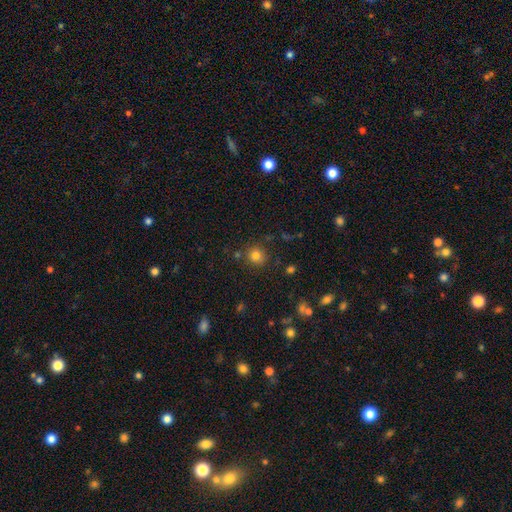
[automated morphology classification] Smooth or featured? Predicted: smooth (p=0.80). How rounded? Predicted: round (p=0.89). Merging? Predicted: none (p=0.82).